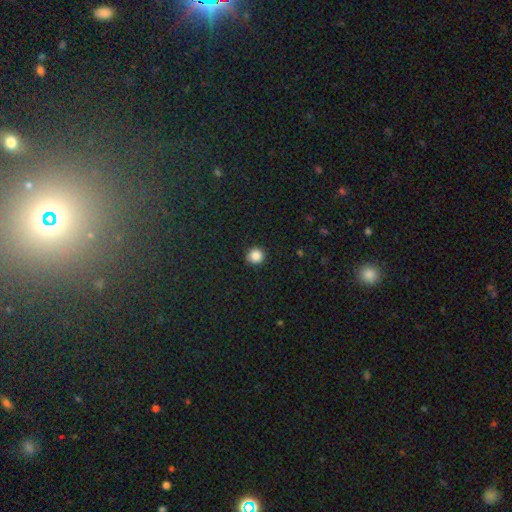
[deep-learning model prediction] smooth-or-featured: smooth: 87% | star or artifact: 10% | featured or disk: 3%
  how-rounded: round: 94% | in between: 5% | cigar-shaped: 1%
  merging: none: 91% | minor disturbance: 6% | major disturbance: 2% | merger: 1%